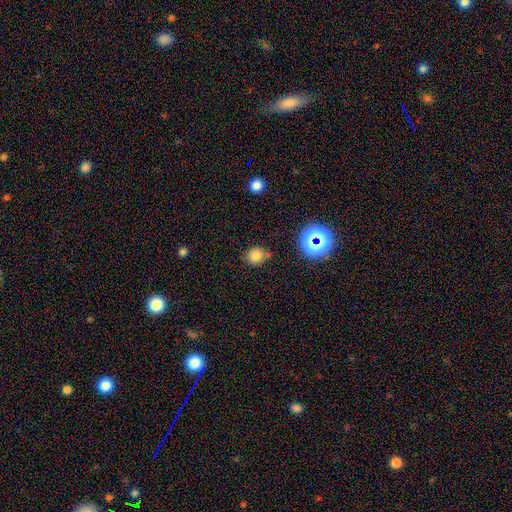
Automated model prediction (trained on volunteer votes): The model was most divided on "merging": none: 69%, minor disturbance: 19%, merger: 7%, major disturbance: 5%. More confident: how rounded — round (81%); smooth or featured — smooth (77%).